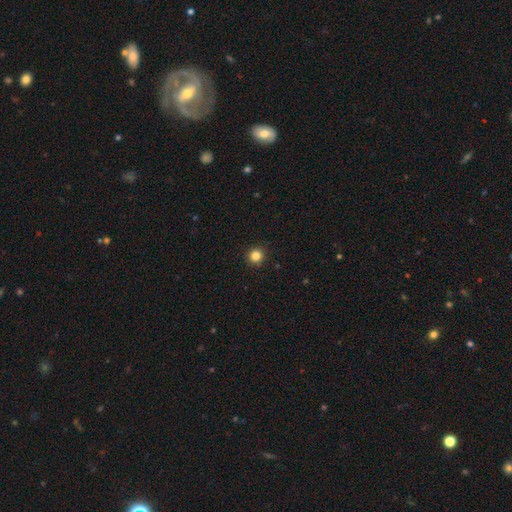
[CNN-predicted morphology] type=smooth (83%); roundness=round (93%); merging=none (93%).